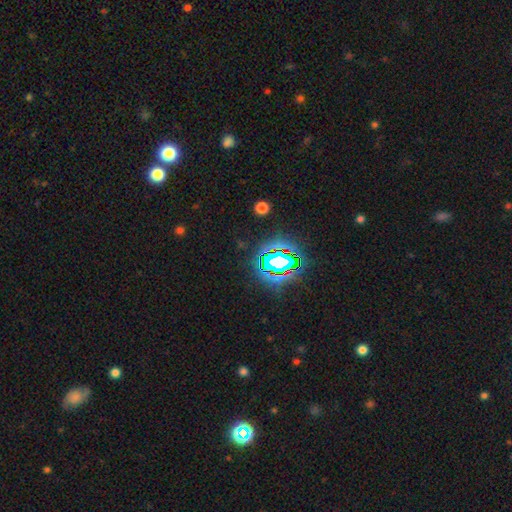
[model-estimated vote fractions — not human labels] This appears to be a star or artifact, not a galaxy (81%).